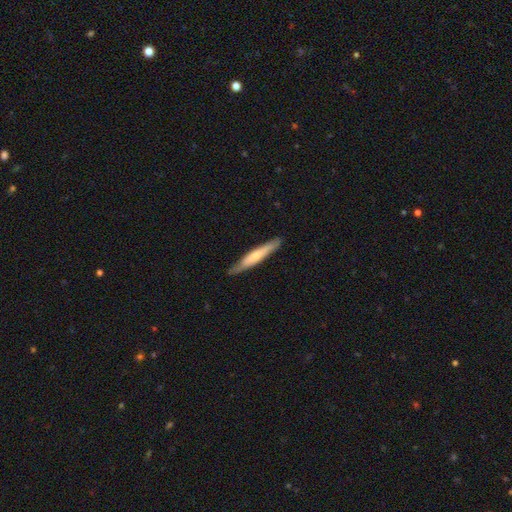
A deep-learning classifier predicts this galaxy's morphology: Smooth or featured: smooth — 56% (featured or disk — 39%)
How rounded: cigar-shaped — 93% (in between — 6%)
Merging: none — 81% (minor disturbance — 16%)